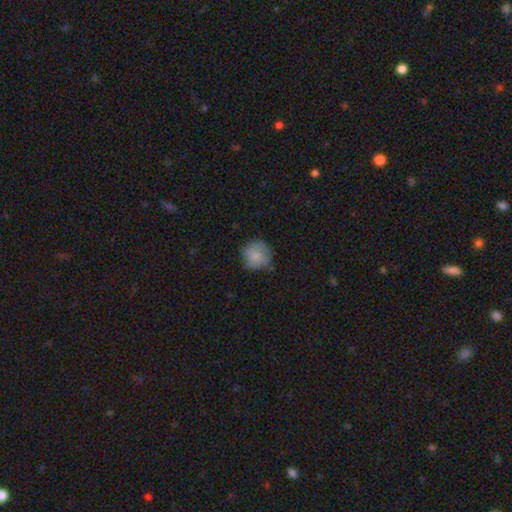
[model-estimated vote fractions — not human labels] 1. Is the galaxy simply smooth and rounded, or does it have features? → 78% smooth, 14% featured or disk, 8% star or artifact.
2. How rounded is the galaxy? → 91% round, 9% in between, 1% cigar-shaped.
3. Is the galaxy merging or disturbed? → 70% none, 23% minor disturbance, 5% major disturbance, 2% merger.